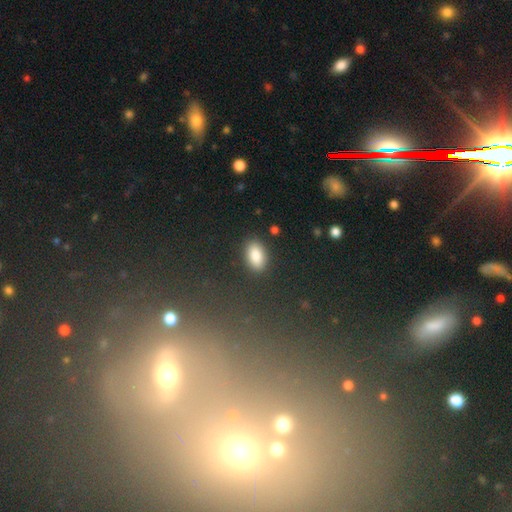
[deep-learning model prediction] Smooth or featured?
  - smooth: 87% *
  - star or artifact: 8%
  - featured or disk: 6%
How rounded?
  - in between: 91% *
  - round: 7%
  - cigar-shaped: 2%
Merging?
  - none: 86% *
  - minor disturbance: 9%
  - major disturbance: 2%
  - merger: 2%